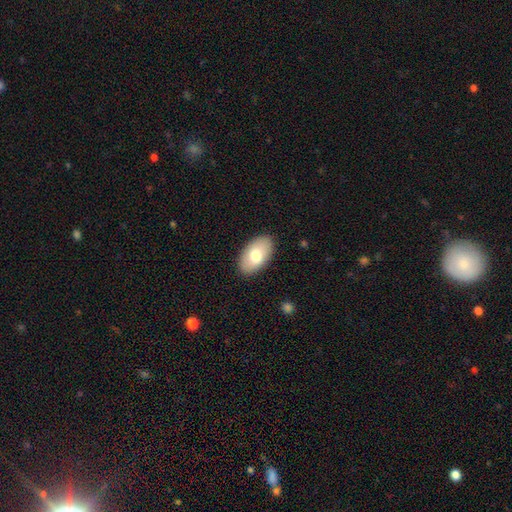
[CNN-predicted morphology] A smooth galaxy with no disk features (74%) that is in between round and cigar-shaped (95%). Merging: none (88%).